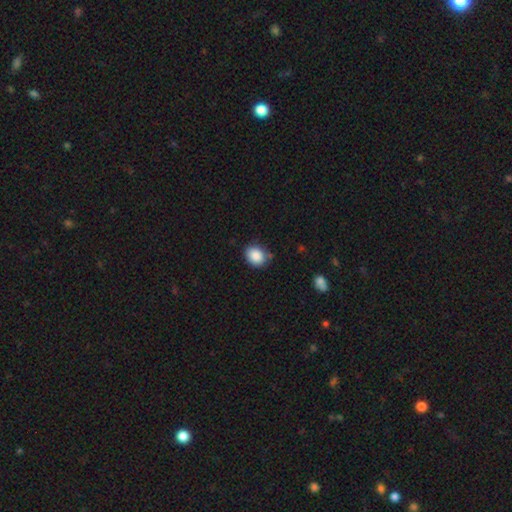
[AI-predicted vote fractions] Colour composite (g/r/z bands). It shows a smooth galaxy with no disk features (88%) that is in between round and cigar-shaped (53%). Merging: none (78%).